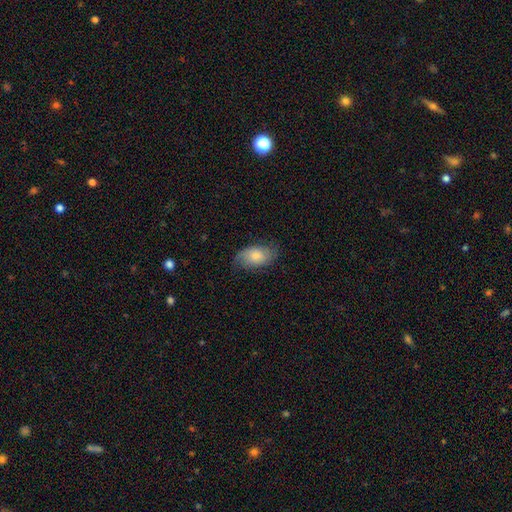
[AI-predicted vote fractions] Q: Smooth or featured?
A: smooth (65%); runner-up: featured or disk (28%)
Q: How rounded?
A: in between (90%); runner-up: round (8%)
Q: Merging?
A: none (68%); runner-up: minor disturbance (23%)